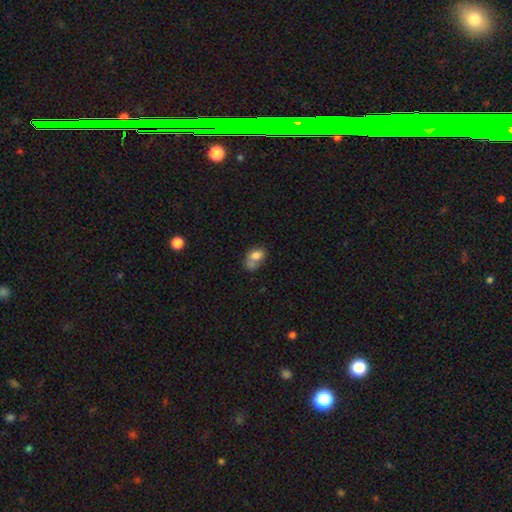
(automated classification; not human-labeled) Smooth or featured? smooth (73%)
How rounded? in between (76%)
Merging? merger (31%)